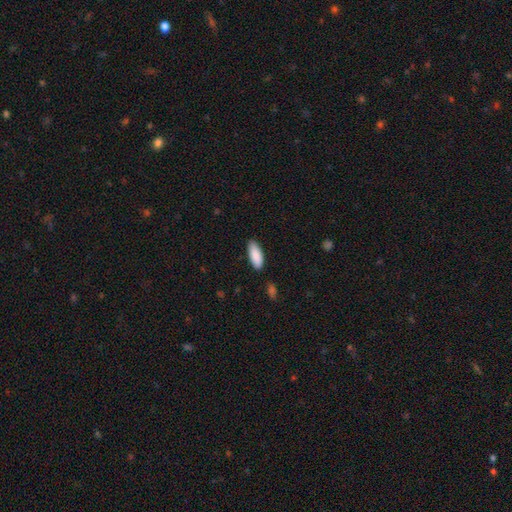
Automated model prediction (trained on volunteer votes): Morphology: type=smooth (90%); roundness=in between (77%); merging=none (85%).